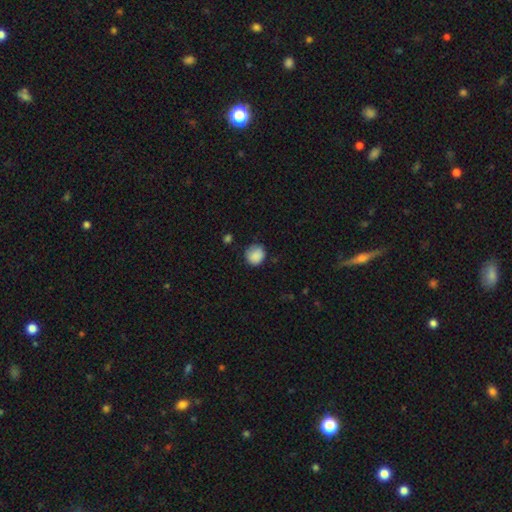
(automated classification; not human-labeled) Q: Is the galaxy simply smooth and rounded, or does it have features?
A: smooth — 87%.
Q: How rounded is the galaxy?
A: round — 83%.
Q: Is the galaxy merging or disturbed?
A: none — 72%.